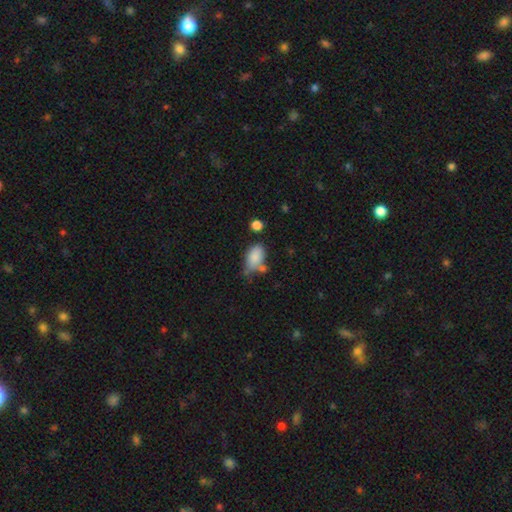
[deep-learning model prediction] Smooth or featured?
  - smooth: 84% *
  - star or artifact: 8%
  - featured or disk: 8%
How rounded?
  - in between: 90% *
  - round: 7%
  - cigar-shaped: 3%
Merging?
  - none: 45% *
  - minor disturbance: 29%
  - merger: 16%
  - major disturbance: 10%